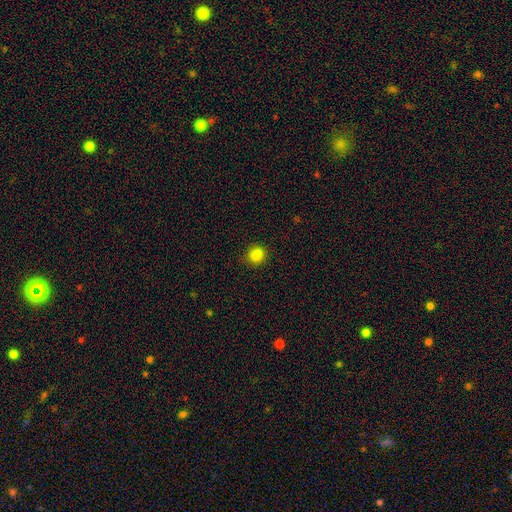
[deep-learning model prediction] smooth-or-featured: smooth: 84% | star or artifact: 12% | featured or disk: 4%
  how-rounded: round: 74% | in between: 25% | cigar-shaped: 1%
  merging: none: 84% | minor disturbance: 11% | major disturbance: 3% | merger: 2%